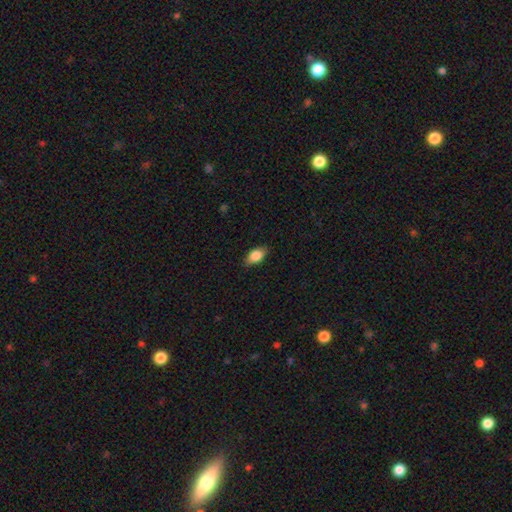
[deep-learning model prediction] Morphology: type=smooth (84%); roundness=in between (89%); merging=none (83%).